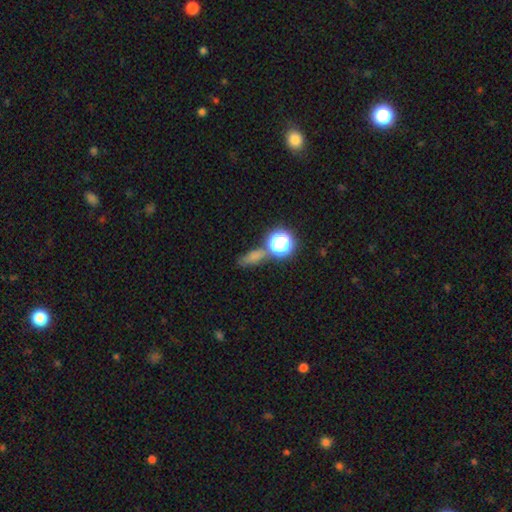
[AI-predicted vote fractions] Smooth or featured? Predicted: smooth (p=0.49). Merging? Predicted: none (p=0.66).